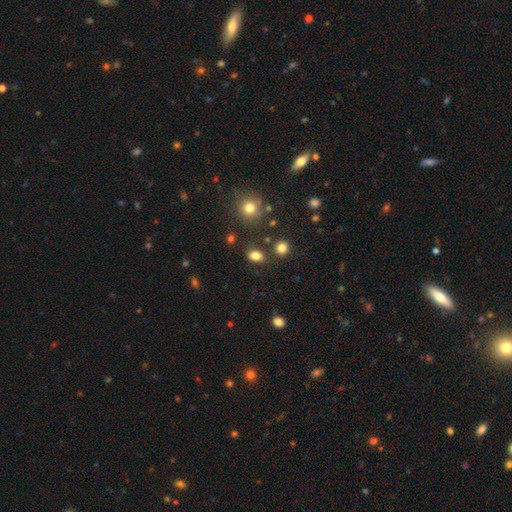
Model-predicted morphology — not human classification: This is clearly a smooth galaxy (82%). How rounded: likely in between (72%). Merging: likely none (79%).